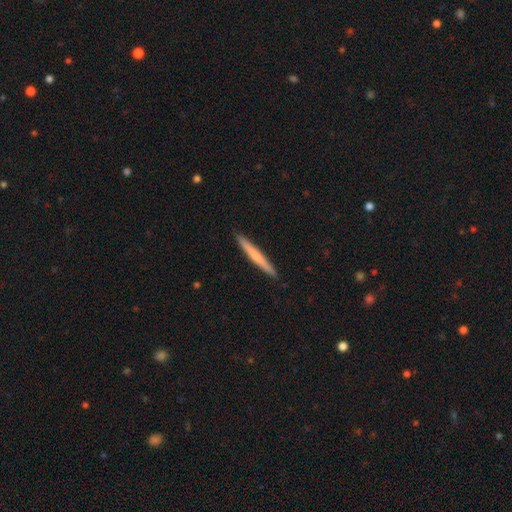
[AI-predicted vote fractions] This is possibly a smooth galaxy (55%). How rounded: clearly cigar-shaped (97%). Merging: clearly none (92%).